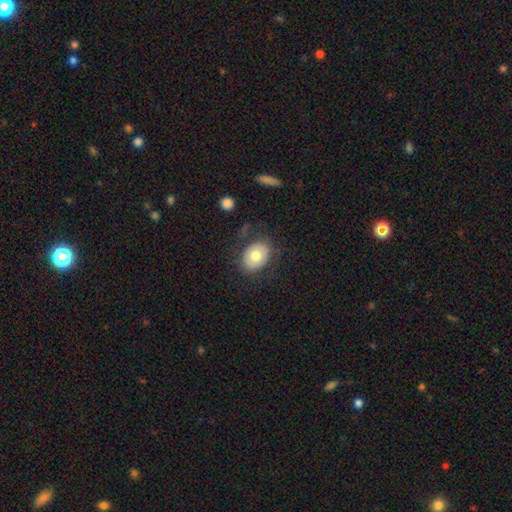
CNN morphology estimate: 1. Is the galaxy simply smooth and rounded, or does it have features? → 71% smooth, 22% featured or disk, 7% star or artifact.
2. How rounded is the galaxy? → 65% in between, 34% round, 1% cigar-shaped.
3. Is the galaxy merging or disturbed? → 77% none, 14% minor disturbance, 7% major disturbance, 2% merger.